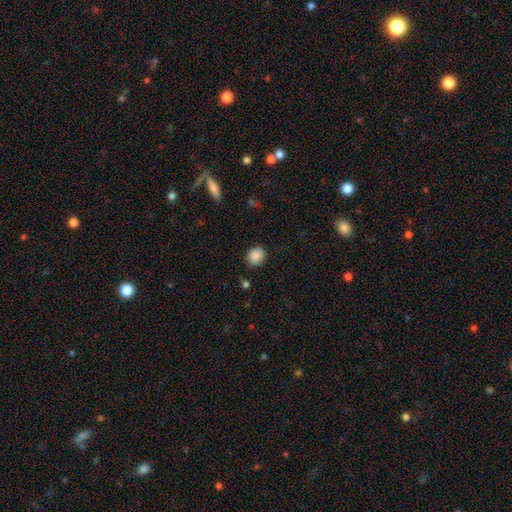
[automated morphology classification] Smooth or featured?
  - smooth: 88% *
  - star or artifact: 8%
  - featured or disk: 3%
How rounded?
  - round: 70% *
  - in between: 29%
  - cigar-shaped: 1%
Merging?
  - none: 87% *
  - minor disturbance: 9%
  - major disturbance: 2%
  - merger: 1%